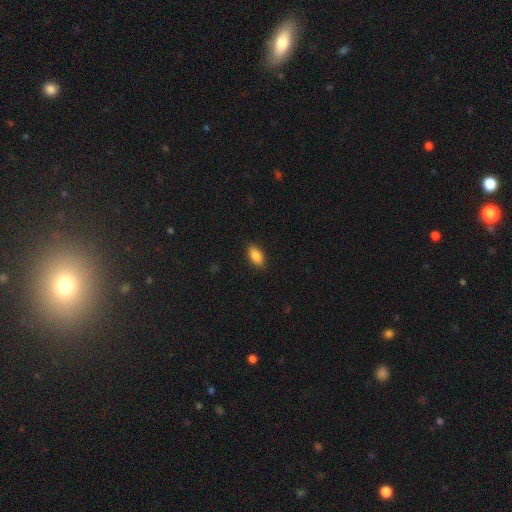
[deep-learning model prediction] This is clearly a smooth galaxy (86%). How rounded: clearly in between (89%). Merging: clearly none (88%).